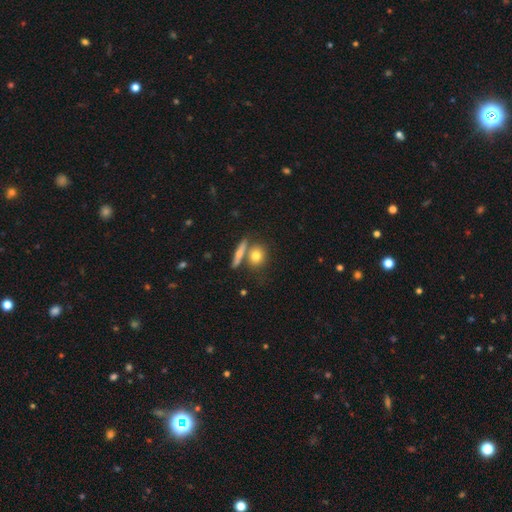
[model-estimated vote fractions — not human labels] Smooth or featured? smooth (75%)
How rounded? round (60%)
Merging? none (58%)